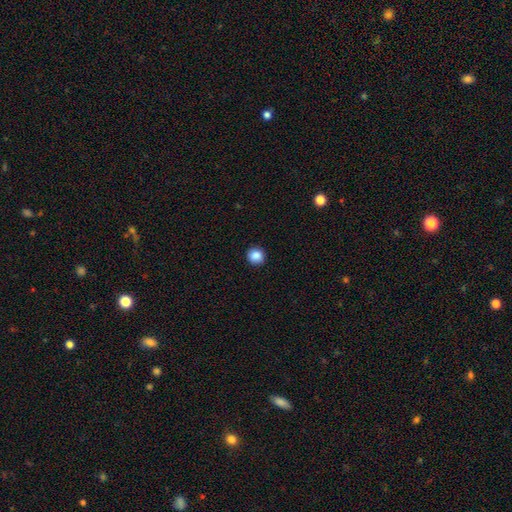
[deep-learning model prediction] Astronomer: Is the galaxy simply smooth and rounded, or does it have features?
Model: smooth — 87%.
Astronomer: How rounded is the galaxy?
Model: round — 88%.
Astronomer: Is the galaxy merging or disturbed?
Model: none — 91%.